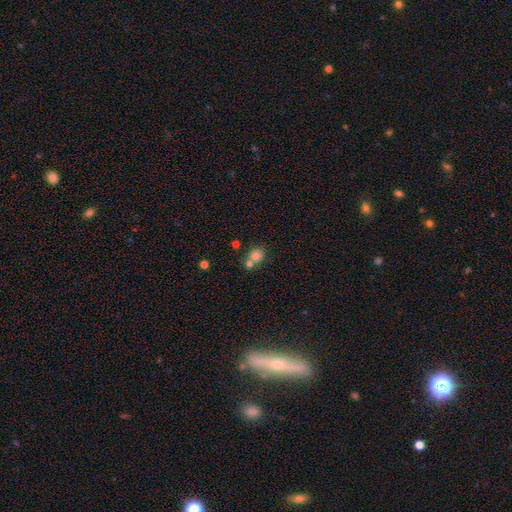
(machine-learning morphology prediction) Smooth or featured?
  - smooth: 79% *
  - star or artifact: 13%
  - featured or disk: 9%
How rounded?
  - round: 71% *
  - in between: 28%
  - cigar-shaped: 1%
Merging?
  - none: 52% *
  - merger: 34%
  - minor disturbance: 10%
  - major disturbance: 4%